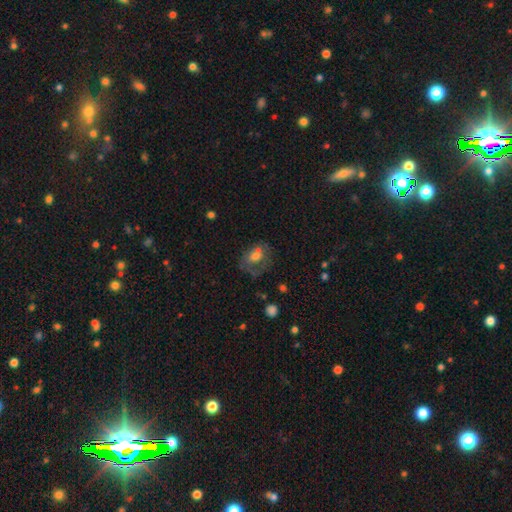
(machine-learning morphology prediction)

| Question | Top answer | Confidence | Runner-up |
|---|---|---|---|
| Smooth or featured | smooth | 51% | featured or disk (38%) |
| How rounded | in between | 69% | round (30%) |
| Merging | none | 36% | major disturbance (31%) |